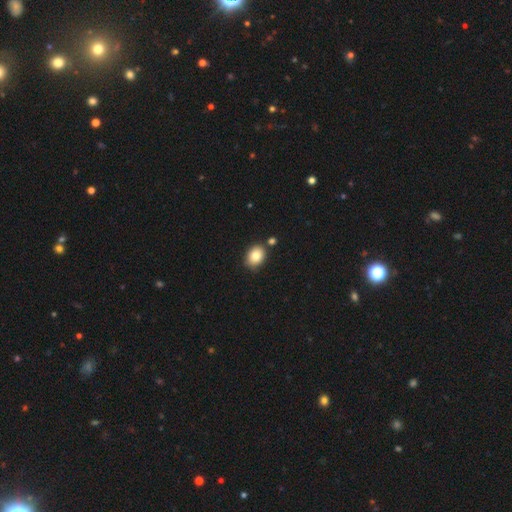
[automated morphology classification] smooth_or_featured: smooth (p=0.84) [alt: star or artifact p=0.08]
how_rounded: in between (p=0.64) [alt: round p=0.35]
merging: none (p=0.79) [alt: minor disturbance p=0.11]